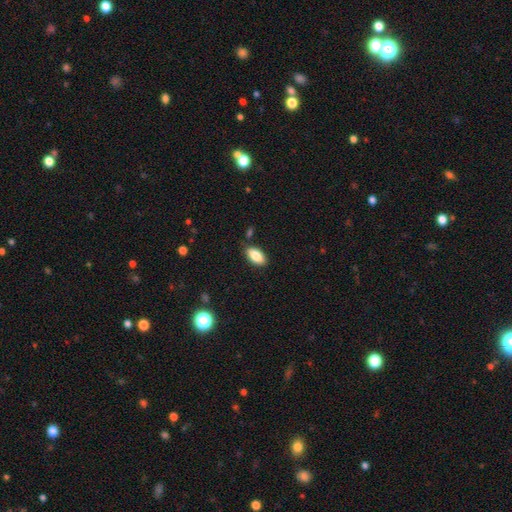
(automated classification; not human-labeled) Smooth or featured?
  - smooth: 85% *
  - featured or disk: 8%
  - star or artifact: 7%
How rounded?
  - in between: 92% *
  - cigar-shaped: 5%
  - round: 3%
Merging?
  - none: 84% *
  - minor disturbance: 11%
  - merger: 3%
  - major disturbance: 2%